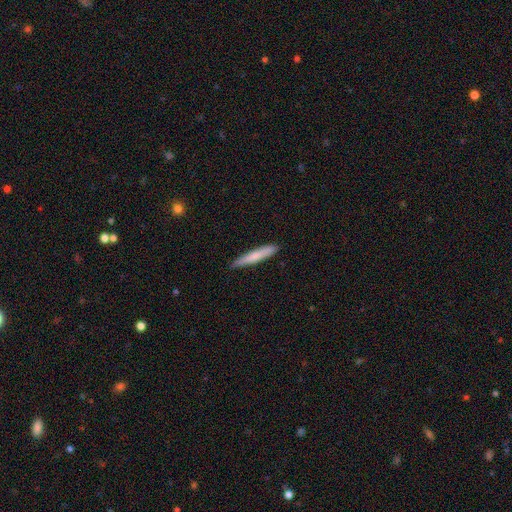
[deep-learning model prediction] Smooth or featured: smooth — 70% (featured or disk — 25%)
How rounded: cigar-shaped — 94% (in between — 5%)
Merging: none — 88% (minor disturbance — 9%)